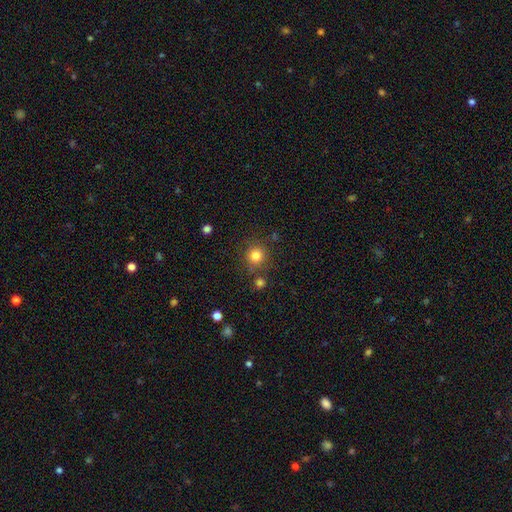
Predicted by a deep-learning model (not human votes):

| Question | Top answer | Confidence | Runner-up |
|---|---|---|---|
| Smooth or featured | smooth | 81% | star or artifact (13%) |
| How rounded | round | 92% | in between (7%) |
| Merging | none | 78% | minor disturbance (10%) |